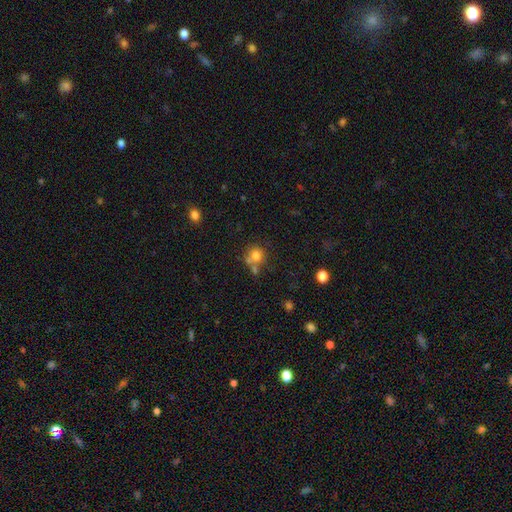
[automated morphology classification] This appears to be a smooth galaxy with no disk features (74%) that is round (84%). Merging: none (52%).